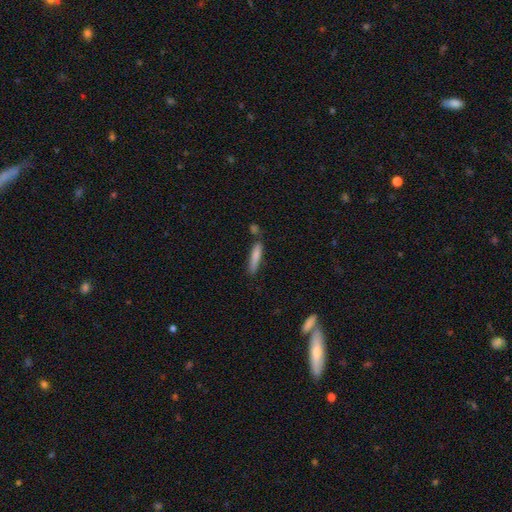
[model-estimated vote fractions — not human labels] The model was most divided on "merging": none: 69%, minor disturbance: 18%, merger: 10%, major disturbance: 4%. More confident: how rounded — cigar-shaped (87%); smooth or featured — smooth (80%).